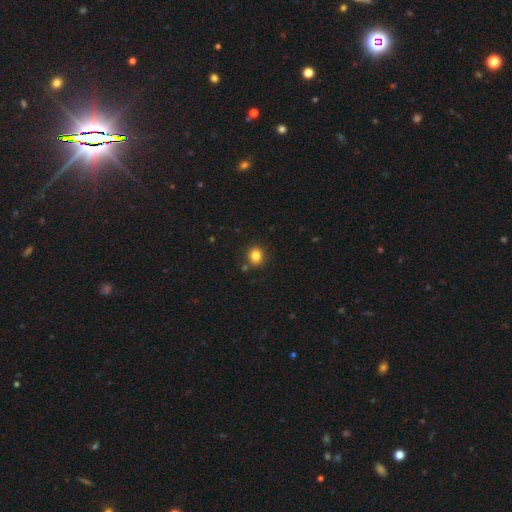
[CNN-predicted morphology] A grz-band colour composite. It shows a smooth galaxy with no disk features (84%) that is round (77%). Merging: none (85%).